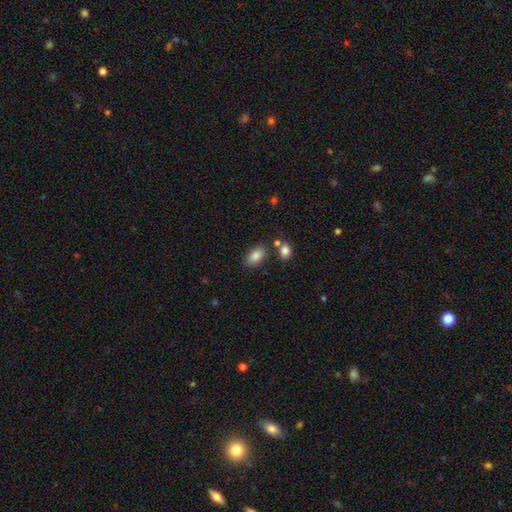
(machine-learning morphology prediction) The model was most divided on "merging": none: 75%, minor disturbance: 12%, merger: 10%, major disturbance: 3%. More confident: how rounded — in between (91%); smooth or featured — smooth (86%).